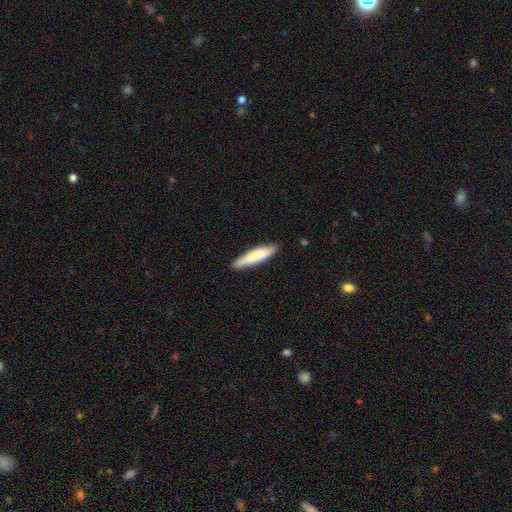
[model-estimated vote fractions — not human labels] smooth_or_featured: smooth (p=0.78) [alt: featured or disk p=0.17]
how_rounded: cigar-shaped (p=0.83) [alt: in between p=0.16]
merging: none (p=0.86) [alt: minor disturbance p=0.11]